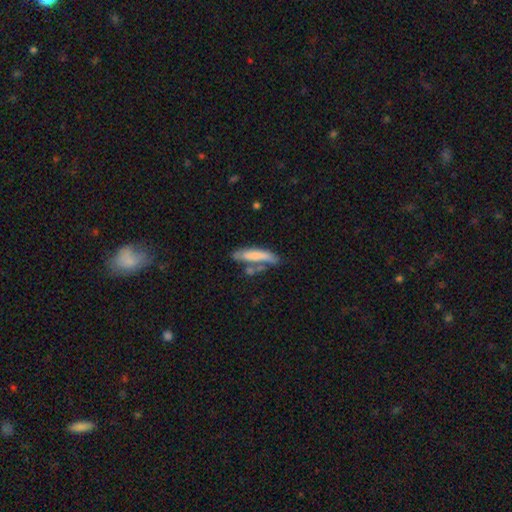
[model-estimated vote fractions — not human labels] Smooth or featured: smooth — 71% (featured or disk — 22%)
How rounded: cigar-shaped — 78% (in between — 21%)
Merging: none — 50% (minor disturbance — 21%)